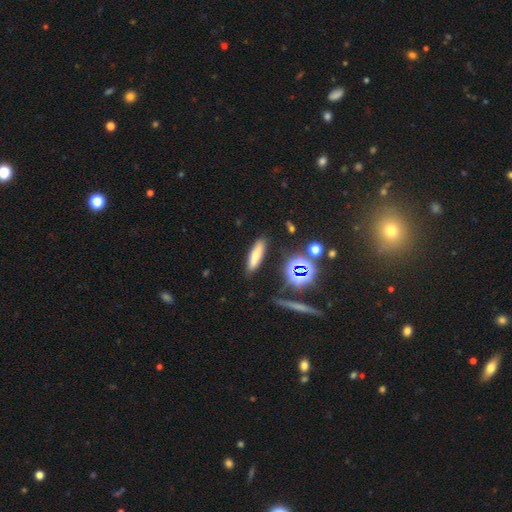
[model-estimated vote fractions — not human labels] A smooth galaxy with no disk features (69%) that is cigar-shaped (72%).

Vote fractions:
- Smooth or featured? smooth: 69% / featured or disk: 16% / star or artifact: 14%
- How rounded? cigar-shaped: 72% / in between: 25% / round: 3%
- Merging? none: 85% / minor disturbance: 9% / major disturbance: 3% / merger: 3%